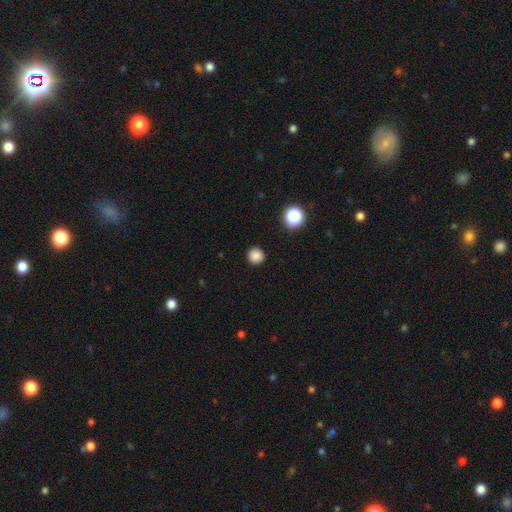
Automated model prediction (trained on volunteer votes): Smooth or featured? smooth (85%)
How rounded? round (94%)
Merging? none (92%)